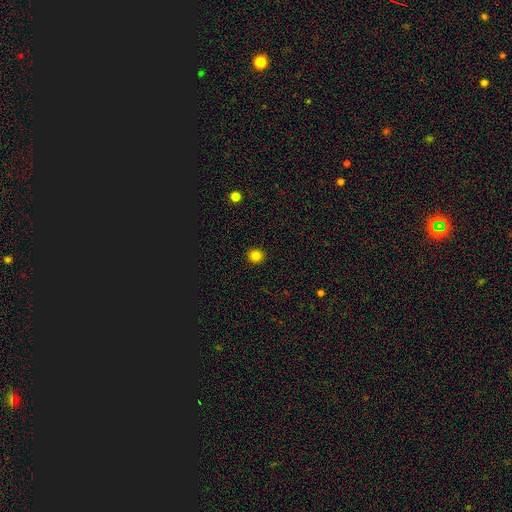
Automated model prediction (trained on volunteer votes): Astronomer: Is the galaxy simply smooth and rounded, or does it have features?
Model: smooth — 82%.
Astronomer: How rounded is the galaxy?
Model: round — 92%.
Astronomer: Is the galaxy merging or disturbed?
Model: none — 93%.